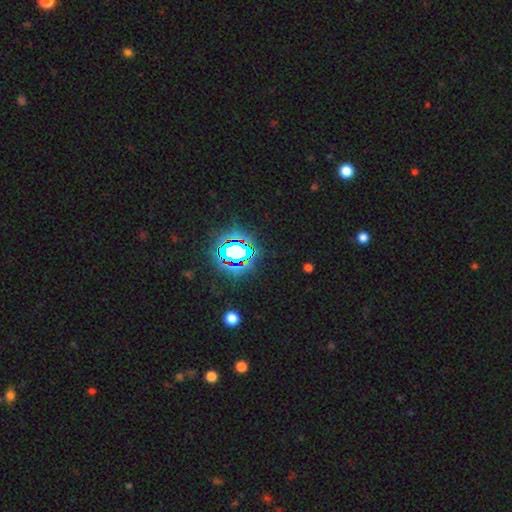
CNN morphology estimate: Q: Smooth or featured?
A: star or artifact (82%); runner-up: smooth (11%)